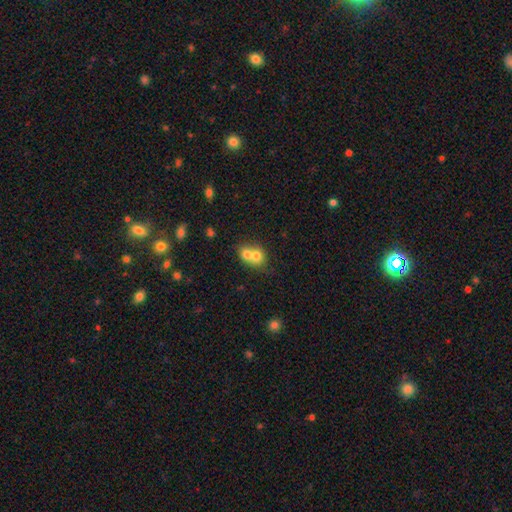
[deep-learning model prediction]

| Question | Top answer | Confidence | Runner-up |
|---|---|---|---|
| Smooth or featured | smooth | 71% | featured or disk (19%) |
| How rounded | round | 68% | in between (31%) |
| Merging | merger | 71% | none (22%) |